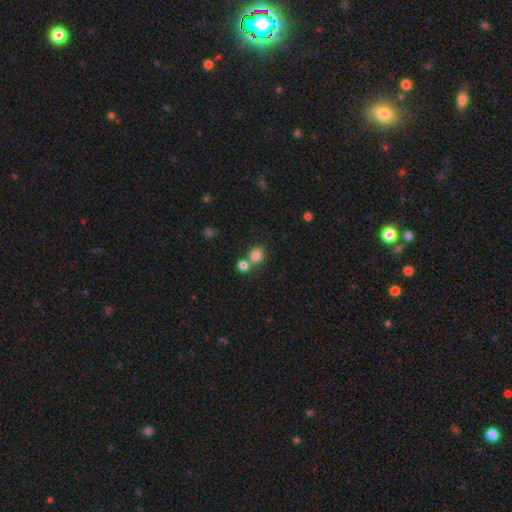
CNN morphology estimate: Smooth or featured: smooth — 83% (star or artifact — 11%)
How rounded: round — 55% (in between — 44%)
Merging: none — 53% (merger — 35%)